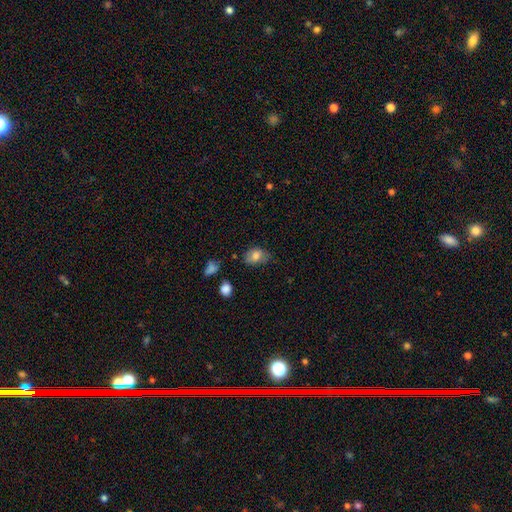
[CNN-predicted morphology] smooth_or_featured: smooth (p=0.77) [alt: featured or disk p=0.14]
how_rounded: in between (p=0.75) [alt: round p=0.24]
merging: none (p=0.54) [alt: minor disturbance p=0.33]